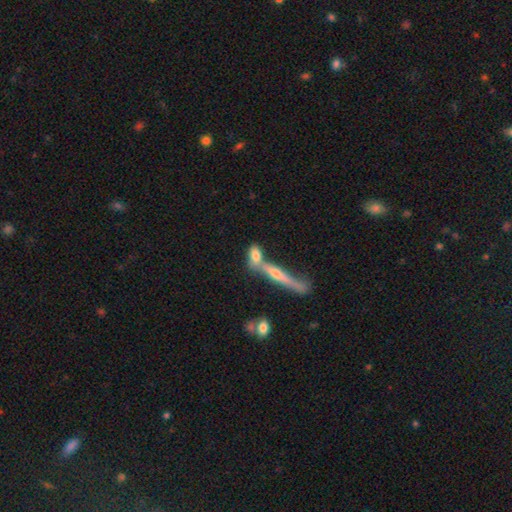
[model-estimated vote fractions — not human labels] This is likely a smooth galaxy (67%). How rounded: possibly in between (59%). Merging: marginally none (43%).